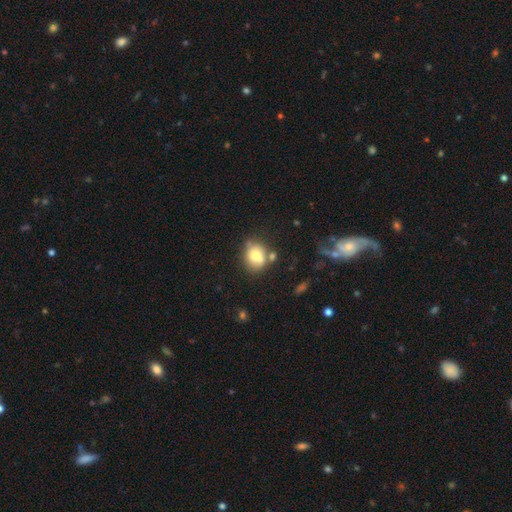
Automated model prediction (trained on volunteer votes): The model was most divided on "how rounded": round: 60%, in between: 39%, cigar-shaped: 1%. More confident: smooth or featured — smooth (71%); merging — none (56%).